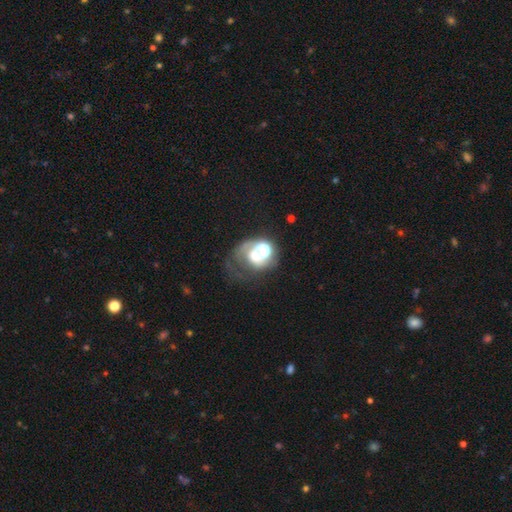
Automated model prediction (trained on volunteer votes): Smooth or featured? featured or disk (41%)
Merging? major disturbance (33%)